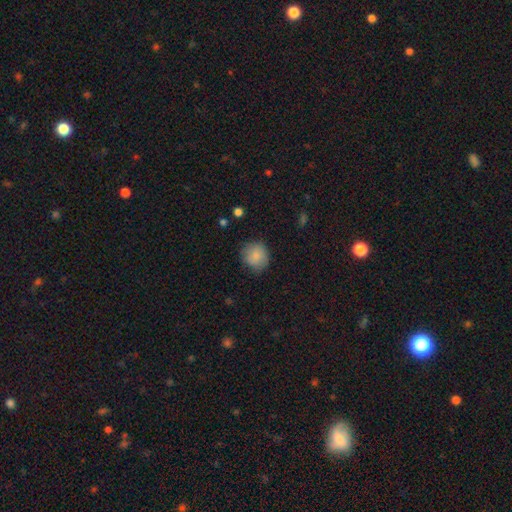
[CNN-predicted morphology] This is clearly a smooth galaxy (86%). How rounded: clearly round (86%). Merging: likely none (77%).